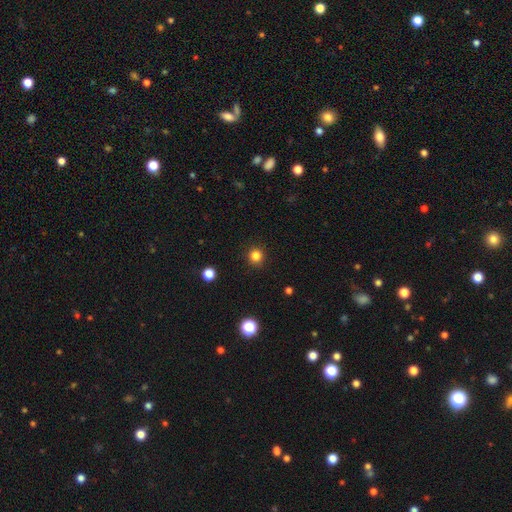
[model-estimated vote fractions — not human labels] A smooth galaxy with no disk features (83%) that is round (94%). Merging: none (91%).